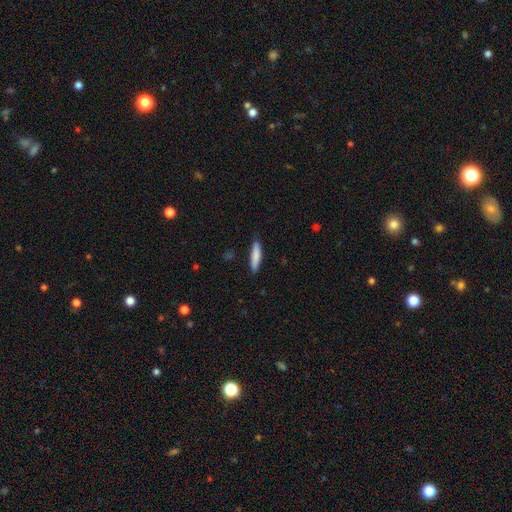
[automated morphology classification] Smooth or featured? Predicted: smooth (p=0.83). How rounded? Predicted: cigar-shaped (p=0.81). Merging? Predicted: none (p=0.86).